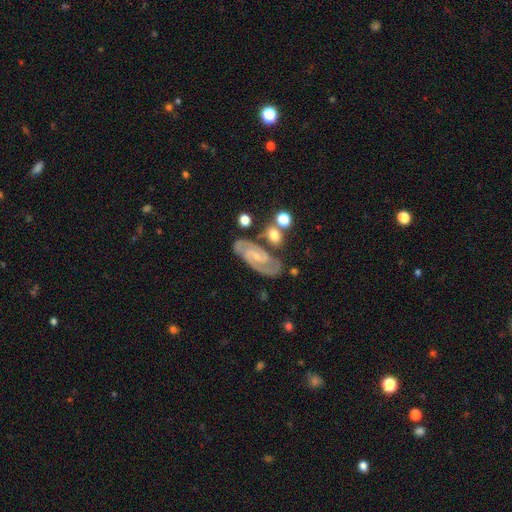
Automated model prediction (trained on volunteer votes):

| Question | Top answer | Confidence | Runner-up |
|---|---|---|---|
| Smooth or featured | featured or disk | 85% | smooth (8%) |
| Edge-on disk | no | 95% | yes (5%) |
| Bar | weak | 45% | no (35%) |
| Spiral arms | yes | 97% | no (3%) |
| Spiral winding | tight | 54% | medium (39%) |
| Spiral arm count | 2 | 86% | can't tell (6%) |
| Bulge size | small | 68% | moderate (18%) |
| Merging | none | 74% | minor disturbance (14%) |